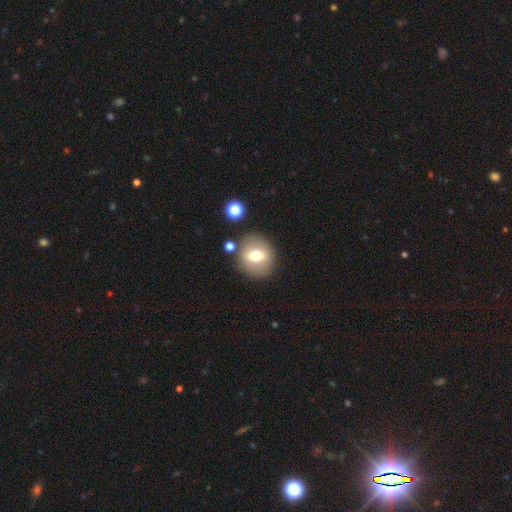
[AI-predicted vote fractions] Smooth or featured? Predicted: smooth (p=0.61). How rounded? Predicted: round (p=0.73). Merging? Predicted: none (p=0.81).